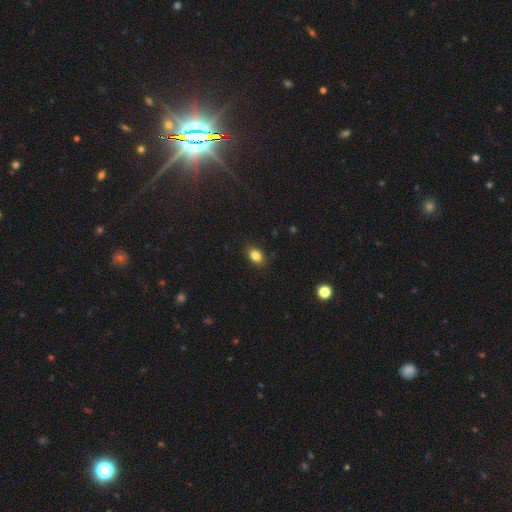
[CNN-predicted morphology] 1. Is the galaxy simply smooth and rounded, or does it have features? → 83% smooth, 10% star or artifact, 7% featured or disk.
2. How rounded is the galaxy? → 80% in between, 18% round, 2% cigar-shaped.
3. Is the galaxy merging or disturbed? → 87% none, 10% minor disturbance, 2% major disturbance, 1% merger.